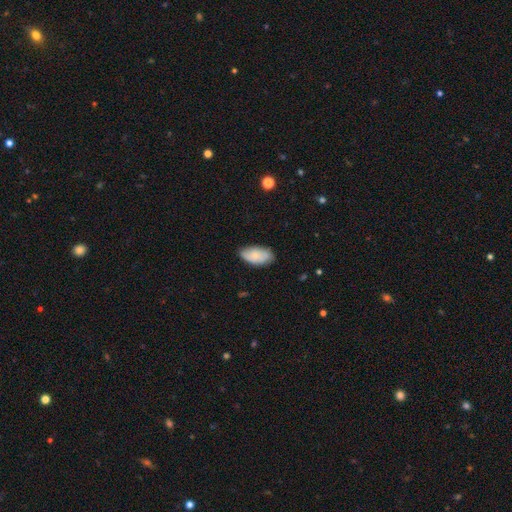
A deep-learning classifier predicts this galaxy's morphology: Smooth or featured: smooth — 76% (featured or disk — 18%)
How rounded: in between — 94% (cigar-shaped — 3%)
Merging: none — 72% (minor disturbance — 24%)